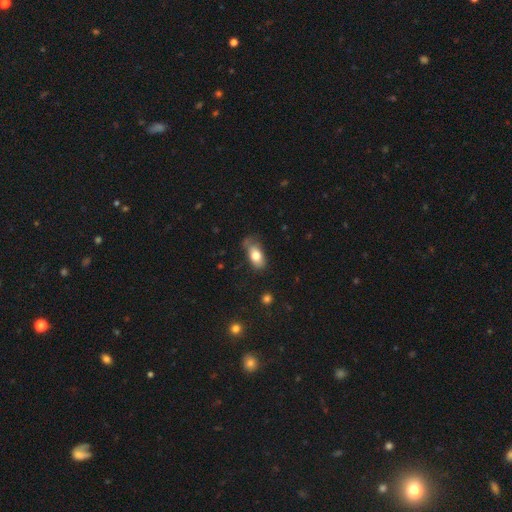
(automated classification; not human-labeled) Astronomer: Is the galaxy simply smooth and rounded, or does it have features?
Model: smooth — 77%.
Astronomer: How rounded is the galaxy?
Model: in between — 89%.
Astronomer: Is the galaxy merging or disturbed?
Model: none — 56%.